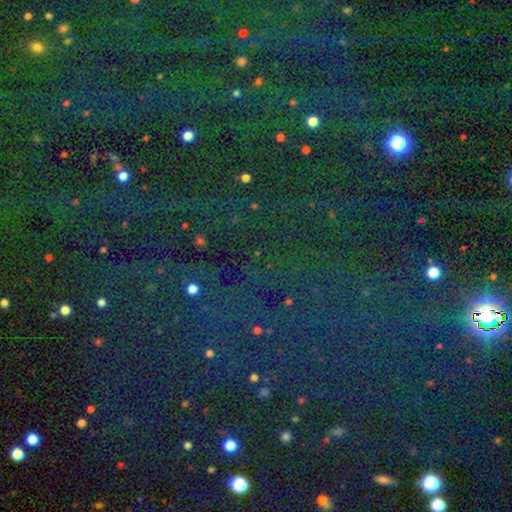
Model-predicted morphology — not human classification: Smooth or featured? Predicted: star or artifact (p=0.83).